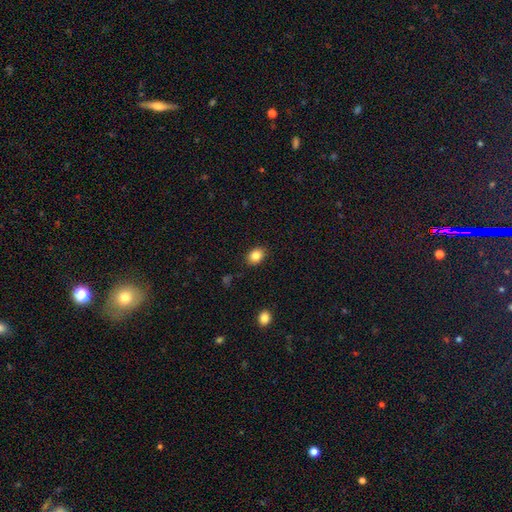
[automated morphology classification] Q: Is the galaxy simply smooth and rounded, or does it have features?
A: smooth — 85%.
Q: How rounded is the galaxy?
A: in between — 67%.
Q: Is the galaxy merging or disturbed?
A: none — 86%.